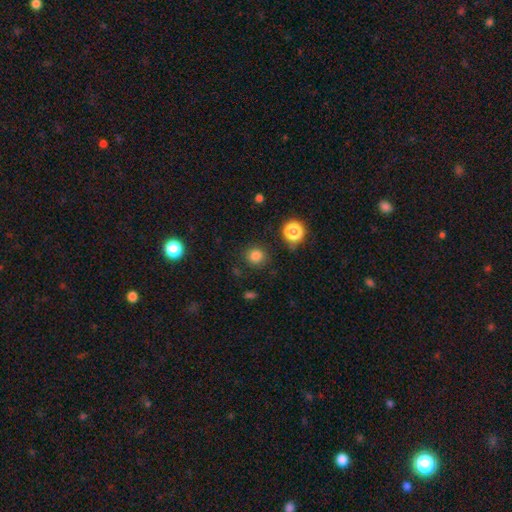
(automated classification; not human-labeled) Morphology: type=smooth (81%); roundness=round (92%); merging=none (86%).